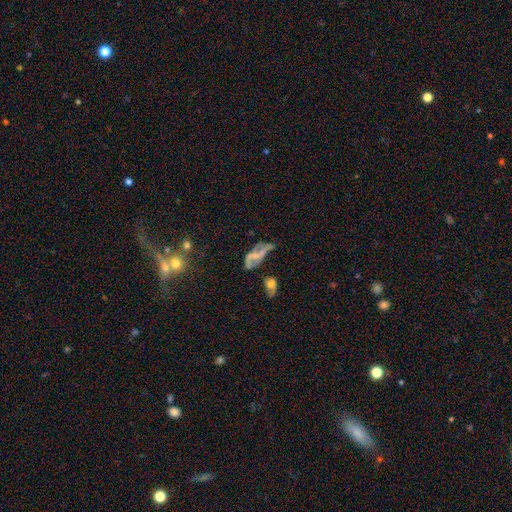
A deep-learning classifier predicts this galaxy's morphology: The model was most divided on "bulge size": none: 40%, small: 36%, moderate: 19%, large: 3%, dominant: 1%. Remaining: edge-on disk — no (91%); smooth or featured — featured or disk (58%); spiral arms — yes (57%); bar — no (47%); merging — none (35%).